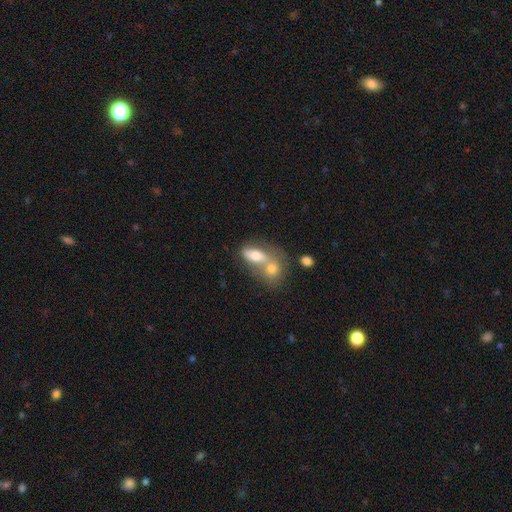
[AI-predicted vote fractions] Q: Smooth or featured?
A: smooth (69%); runner-up: featured or disk (22%)
Q: How rounded?
A: in between (80%); runner-up: round (14%)
Q: Merging?
A: merger (70%); runner-up: none (18%)